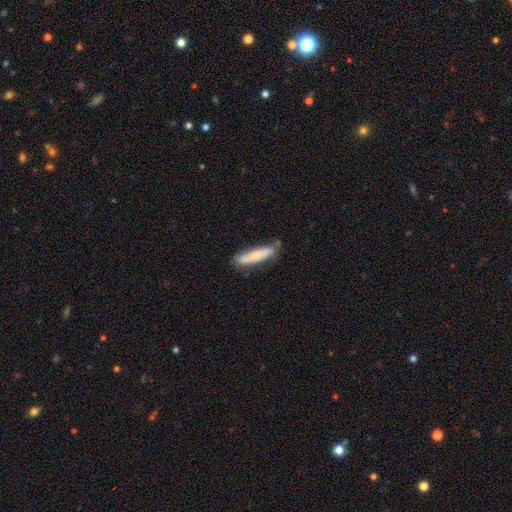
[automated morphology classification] smooth_or_featured: smooth (p=0.65) [alt: featured or disk p=0.29]
how_rounded: cigar-shaped (p=0.83) [alt: in between p=0.16]
merging: none (p=0.74) [alt: minor disturbance p=0.19]